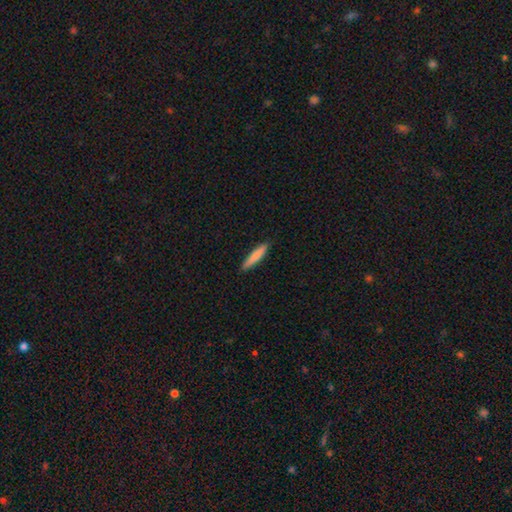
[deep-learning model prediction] Smooth or featured: smooth — 81% (featured or disk — 14%)
How rounded: cigar-shaped — 91% (in between — 8%)
Merging: none — 89% (minor disturbance — 8%)